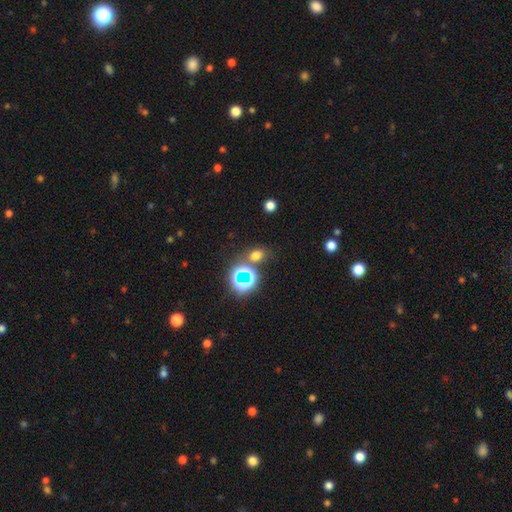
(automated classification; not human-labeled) Smooth or featured?
  - smooth: 62% *
  - star or artifact: 31%
  - featured or disk: 8%
How rounded?
  - in between: 53% *
  - round: 45%
  - cigar-shaped: 2%
Merging?
  - none: 73% *
  - merger: 12%
  - minor disturbance: 11%
  - major disturbance: 5%